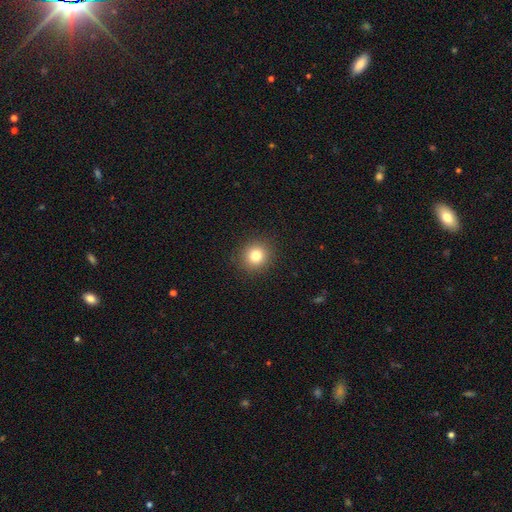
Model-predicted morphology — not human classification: Smooth or featured: smooth — 81% (star or artifact — 12%)
How rounded: round — 88% (in between — 11%)
Merging: none — 91% (minor disturbance — 6%)